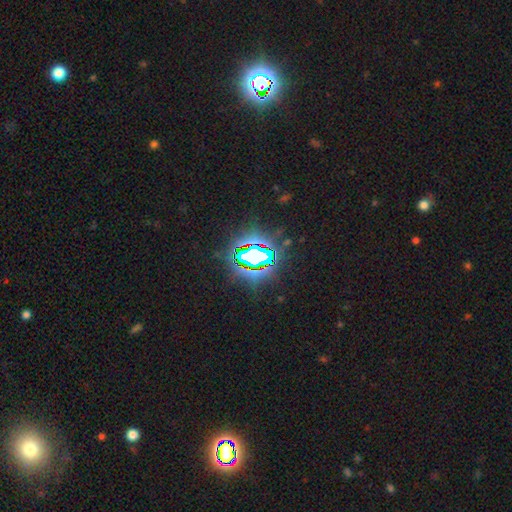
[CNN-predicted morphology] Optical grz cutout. It shows a star or artifact, not a galaxy (84%).